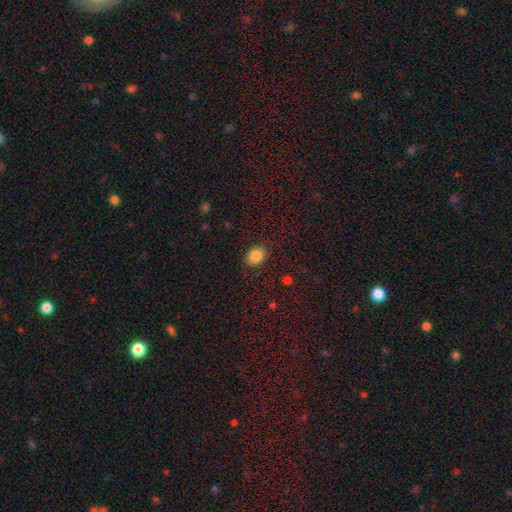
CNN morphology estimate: A smooth galaxy with no disk features (85%) that is in between round and cigar-shaped (66%).

Vote fractions:
- Smooth or featured? smooth: 85% / star or artifact: 10% / featured or disk: 6%
- How rounded? in between: 66% / round: 33% / cigar-shaped: 1%
- Merging? none: 85% / minor disturbance: 11% / major disturbance: 3% / merger: 1%